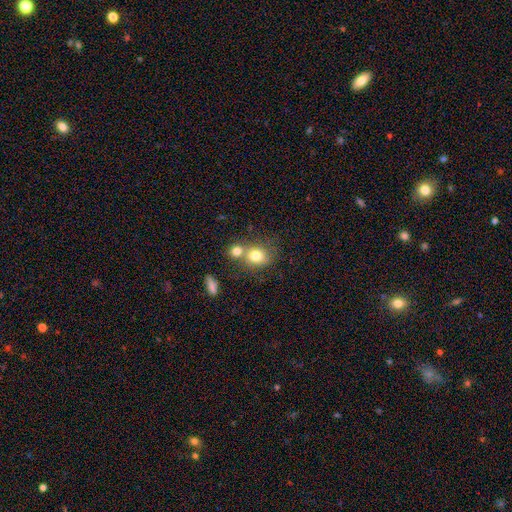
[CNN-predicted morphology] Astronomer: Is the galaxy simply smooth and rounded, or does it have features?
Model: smooth — 77%.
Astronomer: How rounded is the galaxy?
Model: round — 68%.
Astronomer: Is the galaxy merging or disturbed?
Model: merger — 46% (runner-up: none, 40%).